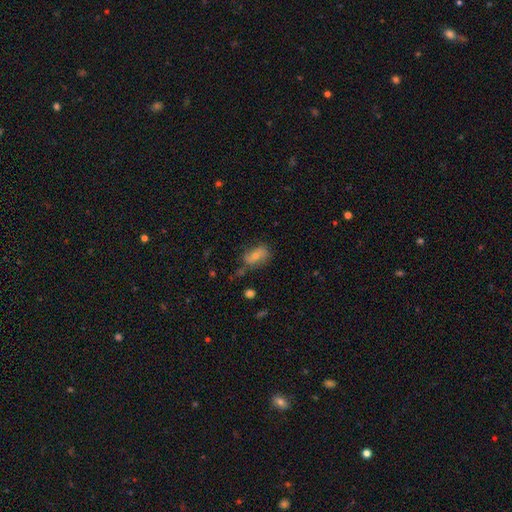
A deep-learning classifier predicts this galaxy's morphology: A smooth galaxy with no disk features (63%) that is in between round and cigar-shaped (86%).

Vote fractions:
- Smooth or featured? smooth: 63% / featured or disk: 28% / star or artifact: 9%
- How rounded? in between: 86% / round: 10% / cigar-shaped: 3%
- Merging? none: 59% / minor disturbance: 26% / major disturbance: 10% / merger: 5%